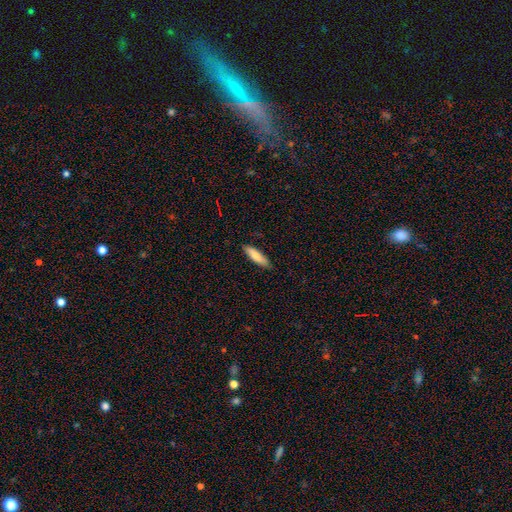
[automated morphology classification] smooth_or_featured: smooth (p=0.82) [alt: featured or disk p=0.13]
how_rounded: cigar-shaped (p=0.68) [alt: in between p=0.31]
merging: none (p=0.87) [alt: minor disturbance p=0.10]